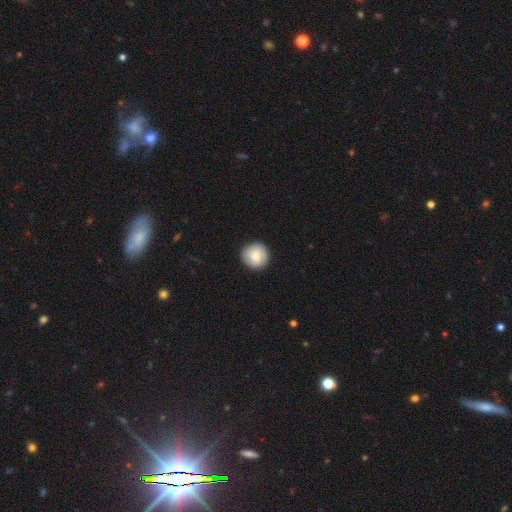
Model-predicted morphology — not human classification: Smooth or featured?
  - smooth: 74% *
  - featured or disk: 20%
  - star or artifact: 7%
How rounded?
  - round: 93% *
  - in between: 6%
  - cigar-shaped: 1%
Merging?
  - none: 88% *
  - minor disturbance: 9%
  - major disturbance: 2%
  - merger: 1%